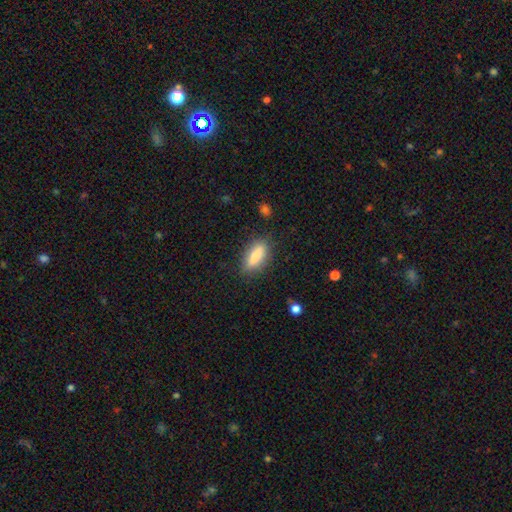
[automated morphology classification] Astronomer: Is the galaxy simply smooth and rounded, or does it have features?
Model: smooth — 81%.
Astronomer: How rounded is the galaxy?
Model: in between — 55% (runner-up: cigar-shaped, 42%).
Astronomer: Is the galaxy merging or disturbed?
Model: none — 82%.